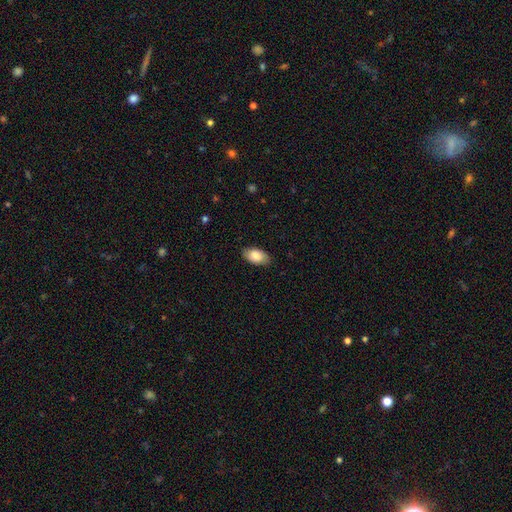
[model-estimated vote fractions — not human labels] Overall: smooth (81%). How rounded: in between (94%). Merging: none (84%).